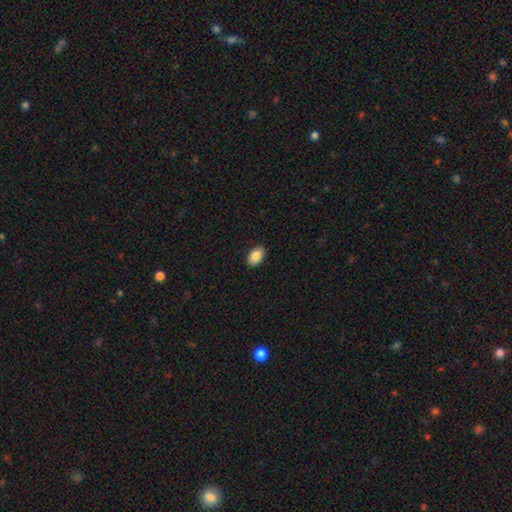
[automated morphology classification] A smooth galaxy with no disk features (86%) that is in between round and cigar-shaped (90%). Merging: none (90%).